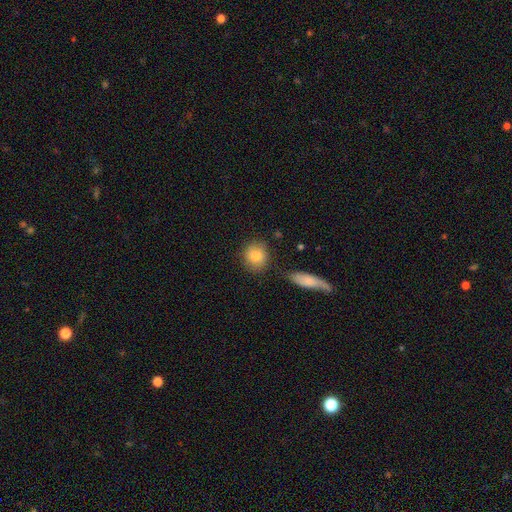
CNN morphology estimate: A smooth galaxy with no disk features (86%) that is round (78%). Merging: none (76%).